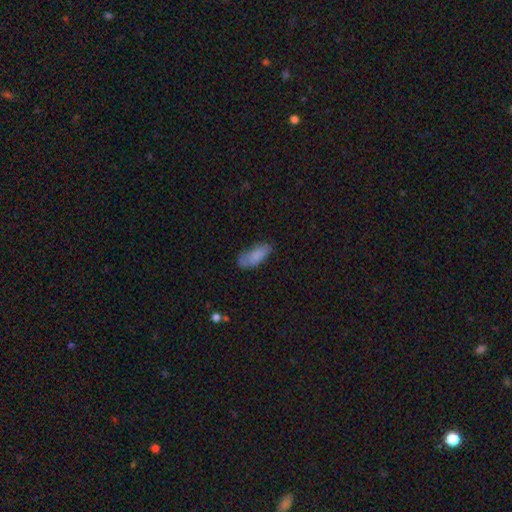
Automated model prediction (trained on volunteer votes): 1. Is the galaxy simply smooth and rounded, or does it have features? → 83% smooth, 10% featured or disk, 7% star or artifact.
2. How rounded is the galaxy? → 78% in between, 20% cigar-shaped, 2% round.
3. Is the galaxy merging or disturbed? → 64% none, 26% minor disturbance, 7% major disturbance, 2% merger.